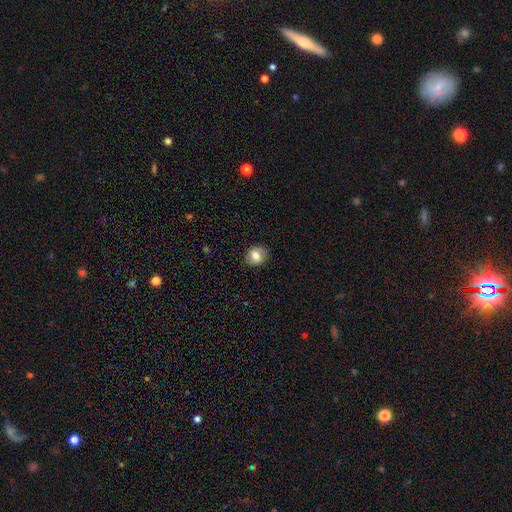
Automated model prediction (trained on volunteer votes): smooth-or-featured: smooth: 75% | featured or disk: 16% | star or artifact: 10%
  how-rounded: round: 66% | in between: 33% | cigar-shaped: 1%
  merging: none: 85% | minor disturbance: 11% | major disturbance: 3% | merger: 1%